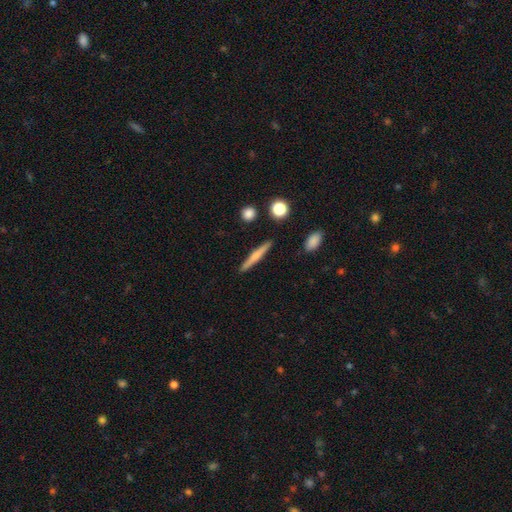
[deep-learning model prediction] This is possibly a smooth galaxy (53%). How rounded: clearly cigar-shaped (93%). Merging: clearly none (90%).